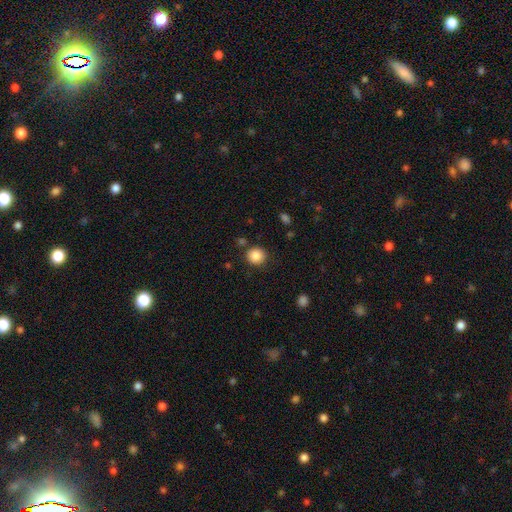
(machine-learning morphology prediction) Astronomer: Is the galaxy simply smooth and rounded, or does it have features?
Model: smooth — 86%.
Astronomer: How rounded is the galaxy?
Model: round — 88%.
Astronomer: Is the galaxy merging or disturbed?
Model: none — 86%.